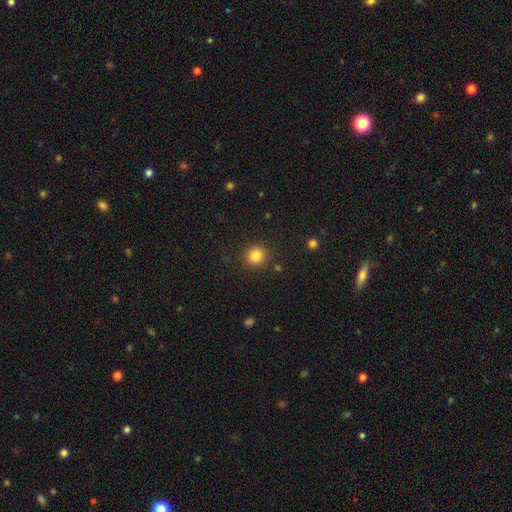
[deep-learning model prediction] Overall: smooth (84%). How rounded: round (90%). Merging: none (88%).